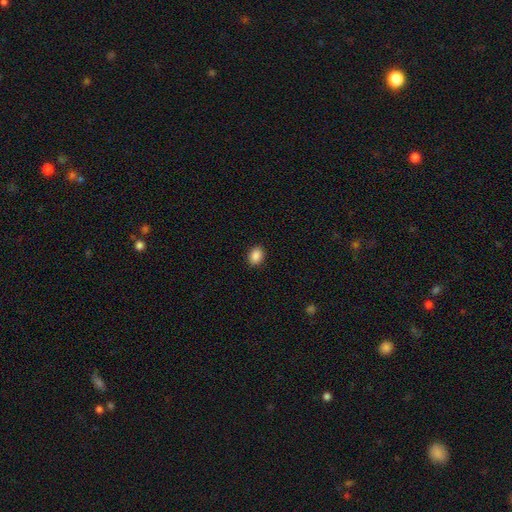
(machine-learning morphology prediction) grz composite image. It shows a smooth galaxy with no disk features (88%) that is in between round and cigar-shaped (65%). Merging: none (90%).